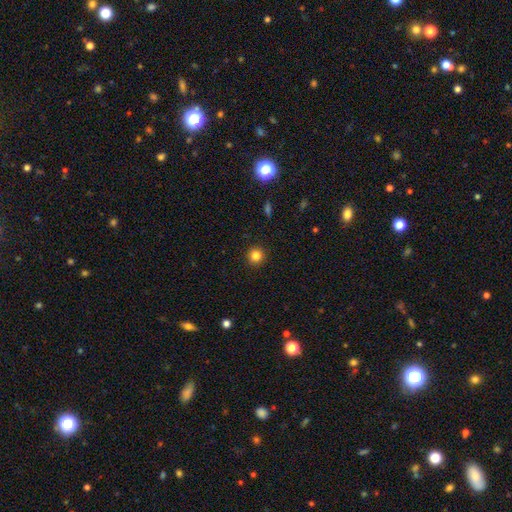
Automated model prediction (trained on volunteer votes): Q: Smooth or featured?
A: smooth (83%); runner-up: star or artifact (12%)
Q: How rounded?
A: round (94%); runner-up: in between (5%)
Q: Merging?
A: none (92%); runner-up: minor disturbance (5%)